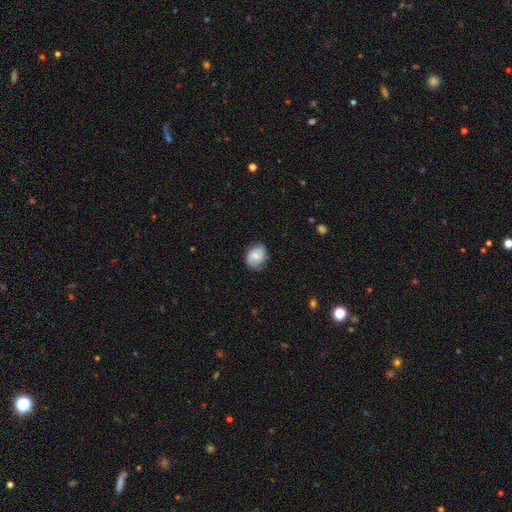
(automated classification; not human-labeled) This appears to be a featured or disk galaxy (49%). Merging: none (71%).